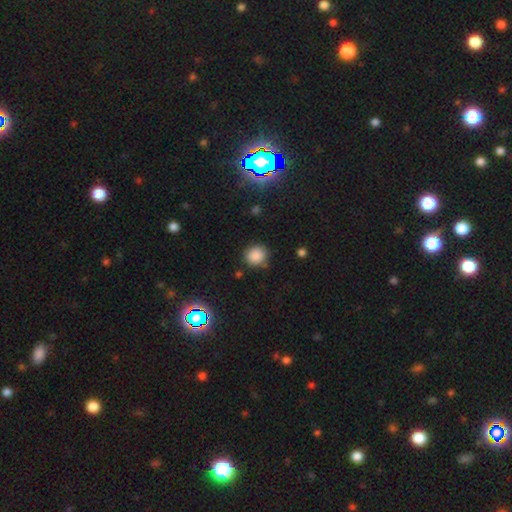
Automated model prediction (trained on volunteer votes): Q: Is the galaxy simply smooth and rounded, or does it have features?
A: smooth — 84%.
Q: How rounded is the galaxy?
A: round — 83%.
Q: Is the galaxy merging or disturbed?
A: none — 81%.